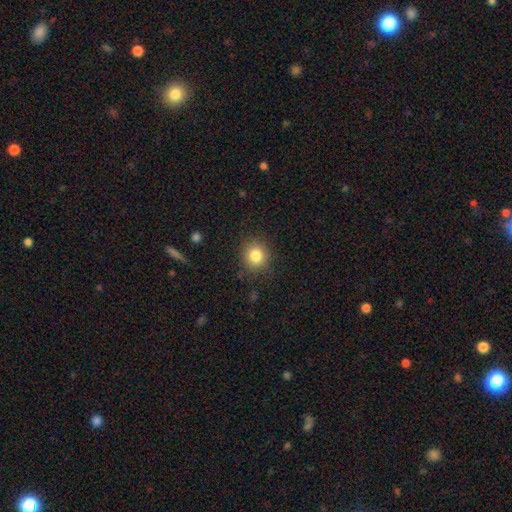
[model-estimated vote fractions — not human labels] This is clearly a smooth galaxy (83%). How rounded: clearly round (87%). Merging: clearly none (88%).